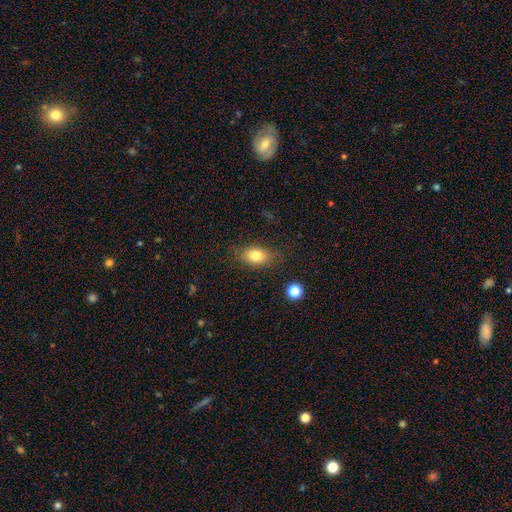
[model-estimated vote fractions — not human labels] The model was most divided on "how rounded": in between: 80%, round: 17%, cigar-shaped: 3%. More confident: merging — none (80%); smooth or featured — smooth (79%).